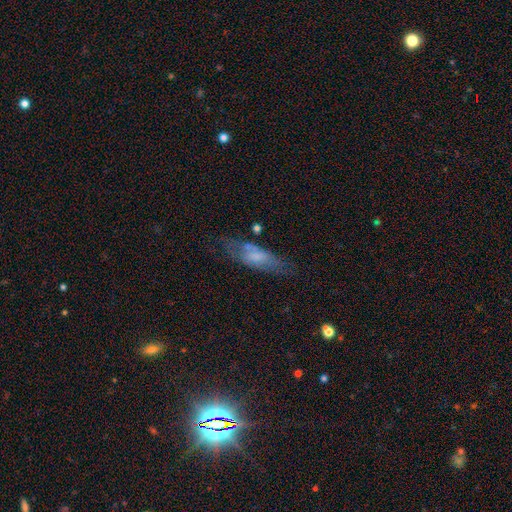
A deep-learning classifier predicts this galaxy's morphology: A smooth galaxy with no disk features (52%) that is in between round and cigar-shaped (52%). Merging: none (60%).